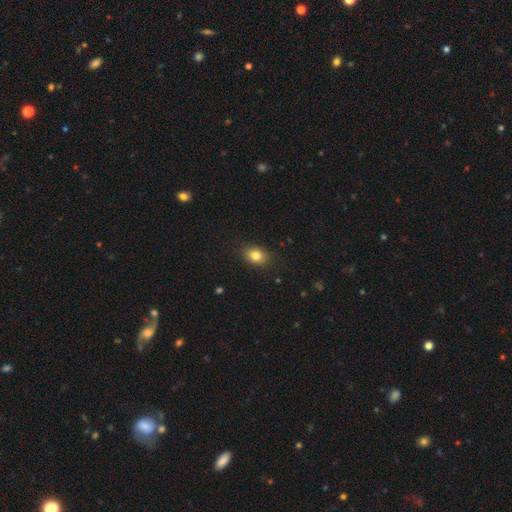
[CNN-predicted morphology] type=smooth (82%); roundness=in between (69%); merging=none (87%).